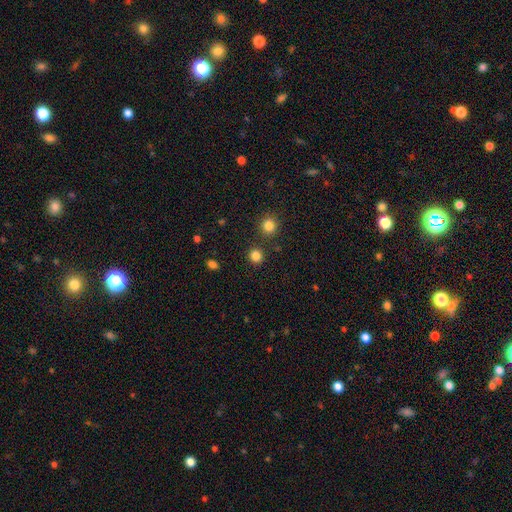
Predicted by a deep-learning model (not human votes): Morphology: type=smooth (83%); roundness=round (89%); merging=none (87%).